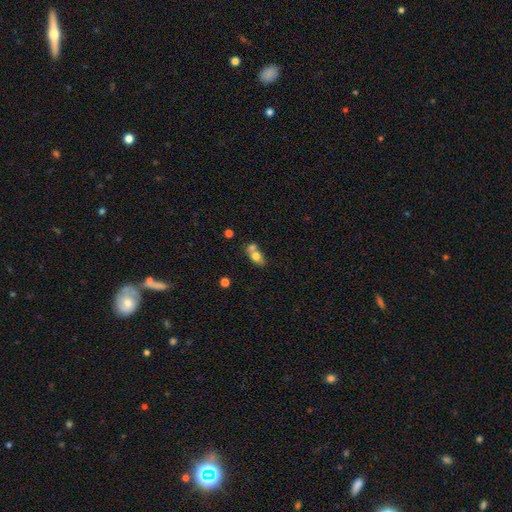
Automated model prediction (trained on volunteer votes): This appears to be a smooth galaxy with no disk features (71%) that is in between round and cigar-shaped (69%). Merging: merger (54%).